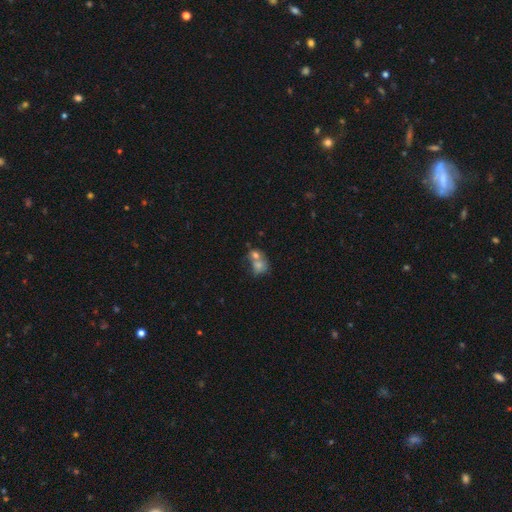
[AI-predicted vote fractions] smooth-or-featured: smooth: 56% | star or artifact: 24% | featured or disk: 21%
  how-rounded: round: 60% | in between: 37% | cigar-shaped: 3%
  merging: merger: 47% | none: 38% | minor disturbance: 9% | major disturbance: 6%